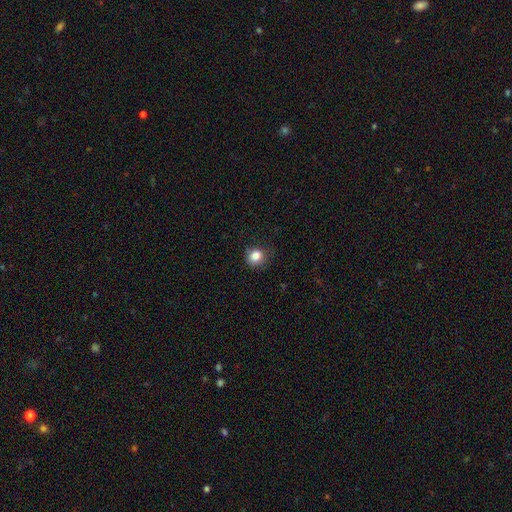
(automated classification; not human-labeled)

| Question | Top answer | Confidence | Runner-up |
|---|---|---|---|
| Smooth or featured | smooth | 84% | star or artifact (11%) |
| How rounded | round | 80% | in between (19%) |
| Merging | none | 79% | minor disturbance (16%) |